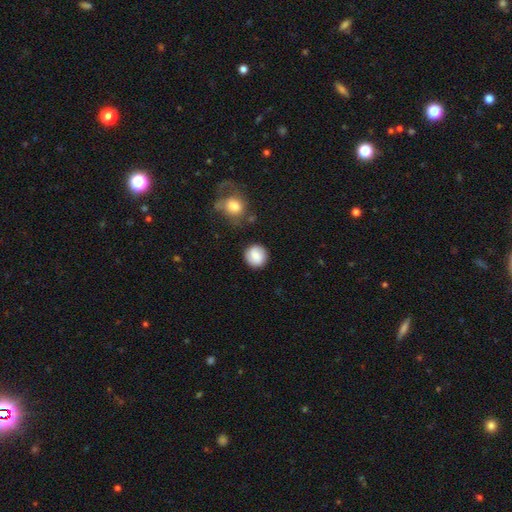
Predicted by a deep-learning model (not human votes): A smooth galaxy with no disk features (80%) that is round (91%). Merging: none (84%).